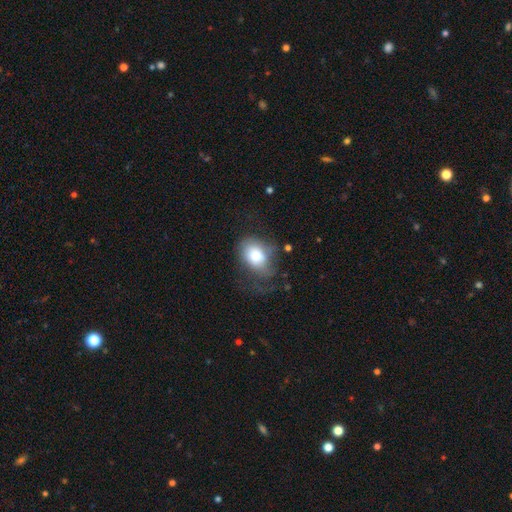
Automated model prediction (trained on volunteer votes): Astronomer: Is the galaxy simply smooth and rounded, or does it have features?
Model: smooth — 74%.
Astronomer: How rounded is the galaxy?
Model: in between — 72%.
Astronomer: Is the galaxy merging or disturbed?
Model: none — 42% (runner-up: minor disturbance, 28%).